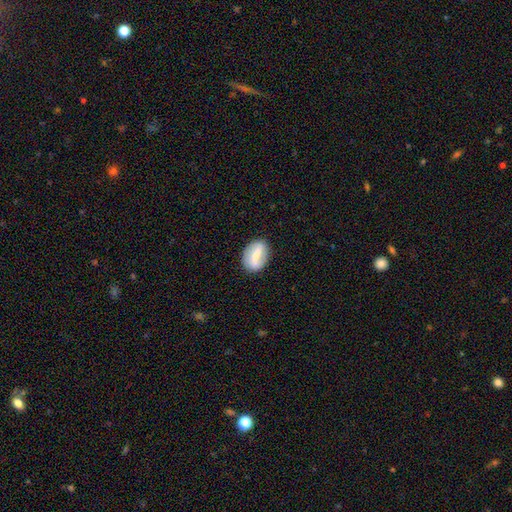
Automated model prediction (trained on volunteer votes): Morphology: type=featured or disk (48%); merging=none (84%).